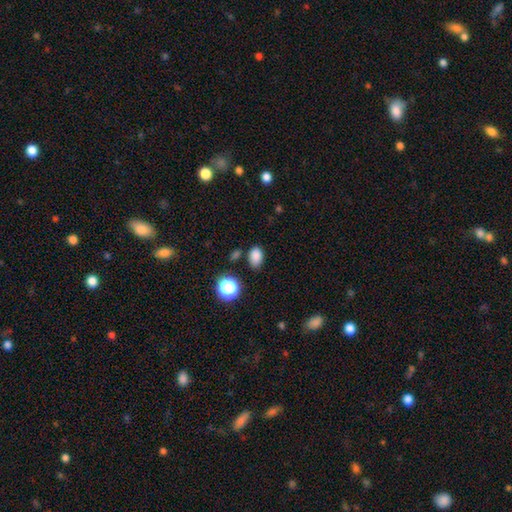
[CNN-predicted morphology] Overall: smooth (83%). How rounded: in between (80%). Merging: none (76%).